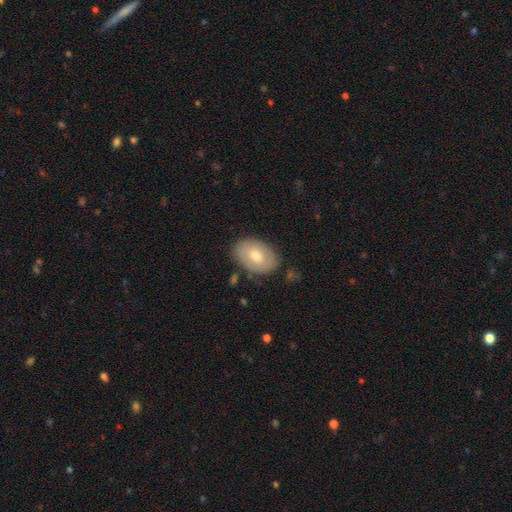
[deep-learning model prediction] This appears to be a smooth galaxy with no disk features (65%) that is in between round and cigar-shaped (88%). Merging: none (81%).